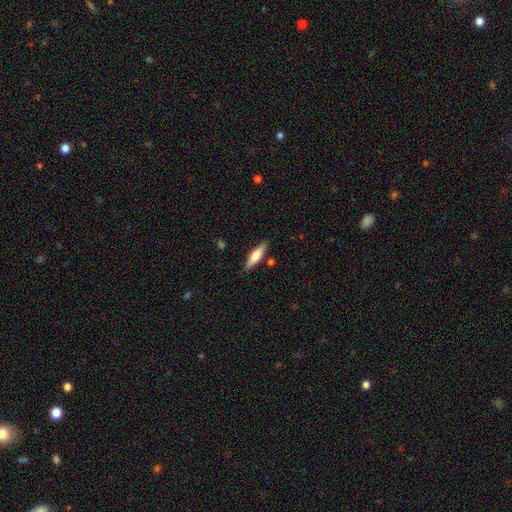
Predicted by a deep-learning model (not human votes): This appears to be a smooth galaxy with no disk features (55%) that is cigar-shaped (62%). Merging: none (84%).